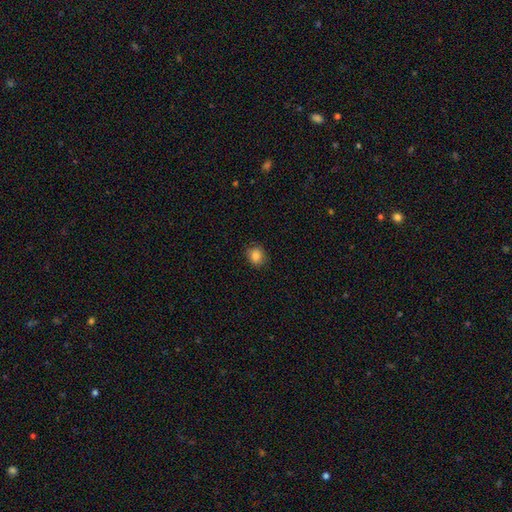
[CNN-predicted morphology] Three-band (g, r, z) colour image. It shows a smooth galaxy with no disk features (85%) that is round (76%). Merging: none (85%).